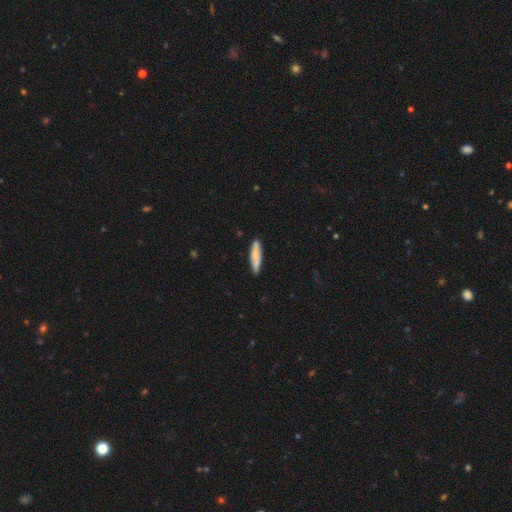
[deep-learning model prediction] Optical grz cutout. It shows a smooth galaxy with no disk features (76%) that is cigar-shaped (80%). Merging: none (84%).